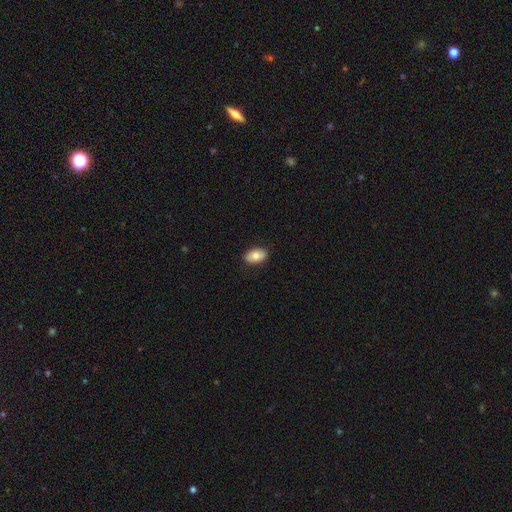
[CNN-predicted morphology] Q: Smooth or featured?
A: smooth (77%); runner-up: featured or disk (16%)
Q: How rounded?
A: in between (91%); runner-up: round (7%)
Q: Merging?
A: none (88%); runner-up: minor disturbance (10%)